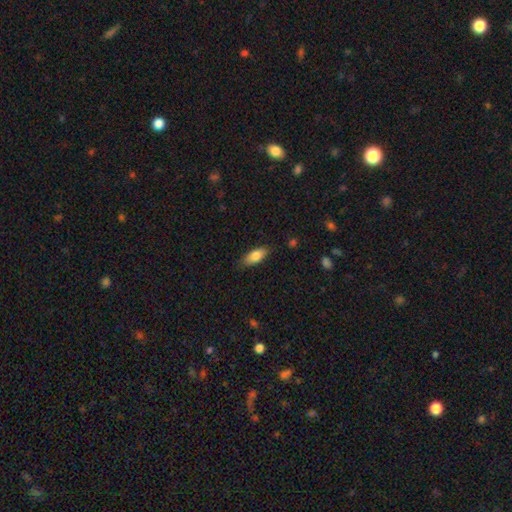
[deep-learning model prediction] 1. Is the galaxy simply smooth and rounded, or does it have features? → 80% smooth, 13% featured or disk, 7% star or artifact.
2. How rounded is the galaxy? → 81% in between, 17% cigar-shaped, 3% round.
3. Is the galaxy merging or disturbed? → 83% none, 13% minor disturbance, 3% major disturbance, 1% merger.